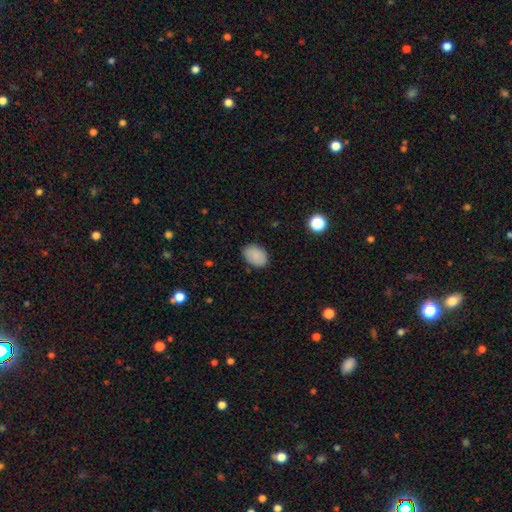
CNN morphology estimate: A smooth galaxy with no disk features (88%) that is in between round and cigar-shaped (81%).

Vote fractions:
- Smooth or featured? smooth: 88% / star or artifact: 8% / featured or disk: 5%
- How rounded? in between: 81% / round: 18% / cigar-shaped: 1%
- Merging? none: 86% / minor disturbance: 10% / major disturbance: 2% / merger: 1%